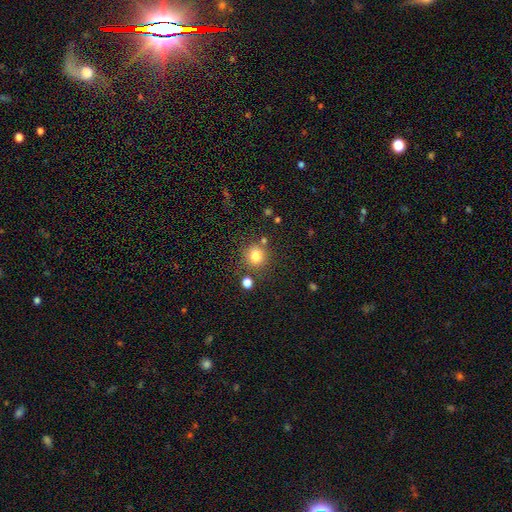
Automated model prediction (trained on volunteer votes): Smooth or featured?
  - smooth: 79% *
  - star or artifact: 13%
  - featured or disk: 8%
How rounded?
  - round: 87% *
  - in between: 12%
  - cigar-shaped: 1%
Merging?
  - none: 78% *
  - minor disturbance: 10%
  - merger: 8%
  - major disturbance: 4%